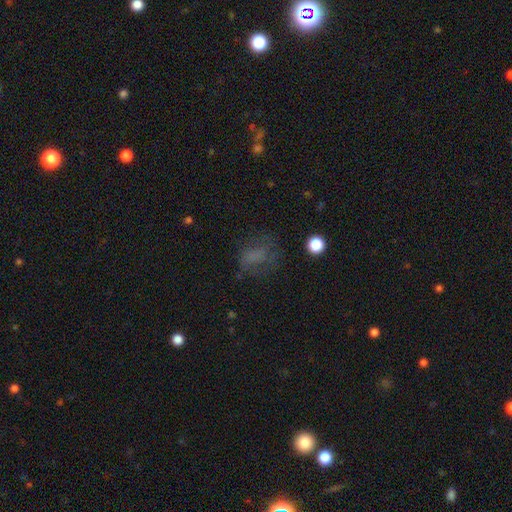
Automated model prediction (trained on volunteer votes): Morphology: type=smooth (55%); roundness=in between (61%); merging=none (54%).